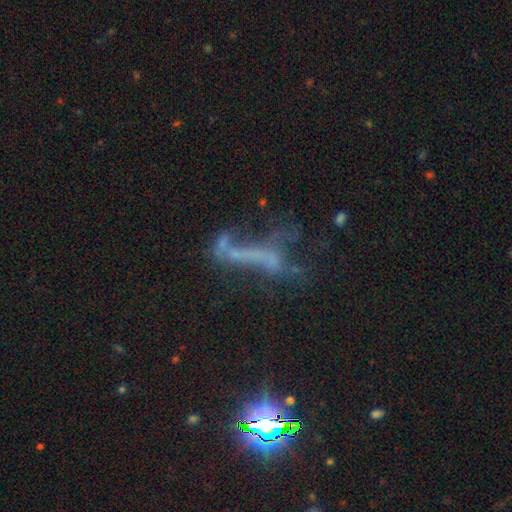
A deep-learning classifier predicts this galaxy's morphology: Smooth or featured?
  - featured or disk: 46% *
  - star or artifact: 33%
  - smooth: 21%
Merging?
  - major disturbance: 36% *
  - none: 29%
  - merger: 20%
  - minor disturbance: 15%